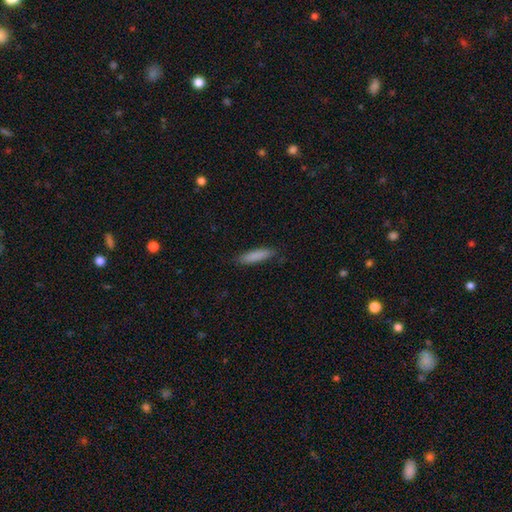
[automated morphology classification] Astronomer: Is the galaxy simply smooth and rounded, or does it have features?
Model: smooth — 85%.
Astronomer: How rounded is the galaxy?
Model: cigar-shaped — 78%.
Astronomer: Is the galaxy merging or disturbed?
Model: none — 85%.